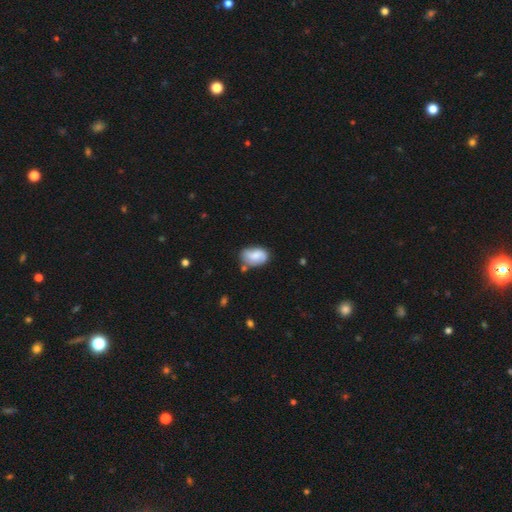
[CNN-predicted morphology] Smooth or featured: smooth — 61% (featured or disk — 31%)
How rounded: in between — 83% (round — 15%)
Merging: none — 59% (minor disturbance — 27%)